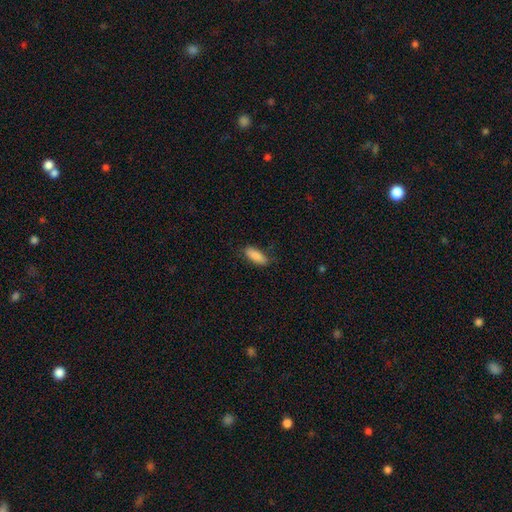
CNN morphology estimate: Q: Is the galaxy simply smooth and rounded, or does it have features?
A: smooth — 86%.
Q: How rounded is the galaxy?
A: in between — 69%.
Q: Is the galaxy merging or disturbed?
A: none — 79%.